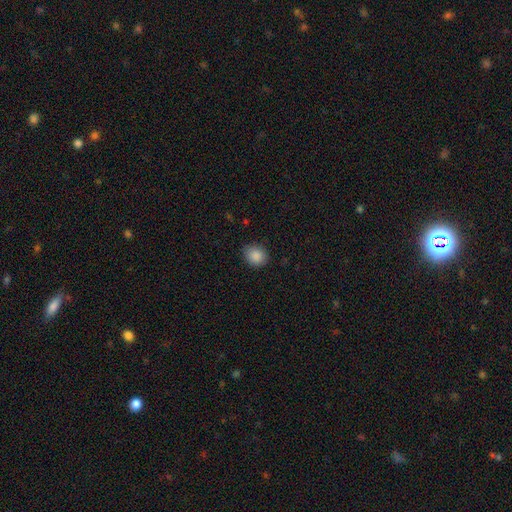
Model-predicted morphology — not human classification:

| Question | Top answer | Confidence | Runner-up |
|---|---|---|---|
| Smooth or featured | smooth | 88% | star or artifact (9%) |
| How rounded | round | 61% | in between (38%) |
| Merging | none | 82% | minor disturbance (14%) |